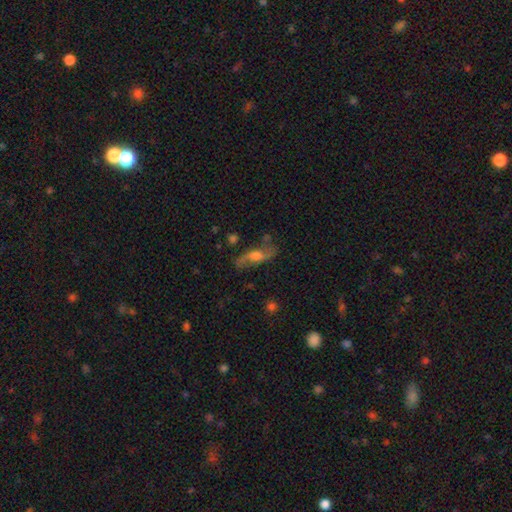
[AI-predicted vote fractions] Smooth or featured?
  - featured or disk: 65% *
  - smooth: 27%
  - star or artifact: 8%
Edge-on disk?
  - no: 77% *
  - yes: 23%
Bar?
  - no: 55% *
  - weak: 35%
  - strong: 10%
Spiral arms?
  - yes: 87% *
  - no: 13%
Bulge size?
  - moderate: 48% *
  - large: 28%
  - small: 15%
  - none: 7%
  - dominant: 3%
Merging?
  - none: 69% *
  - minor disturbance: 19%
  - major disturbance: 9%
  - merger: 4%